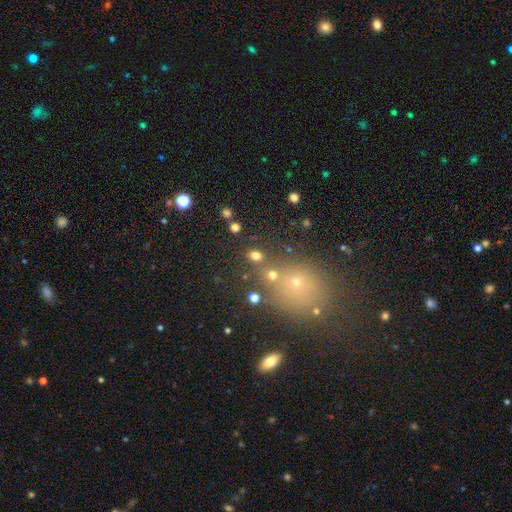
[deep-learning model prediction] Q: Smooth or featured?
A: smooth (73%); runner-up: star or artifact (19%)
Q: How rounded?
A: round (72%); runner-up: in between (27%)
Q: Merging?
A: none (74%); runner-up: merger (14%)